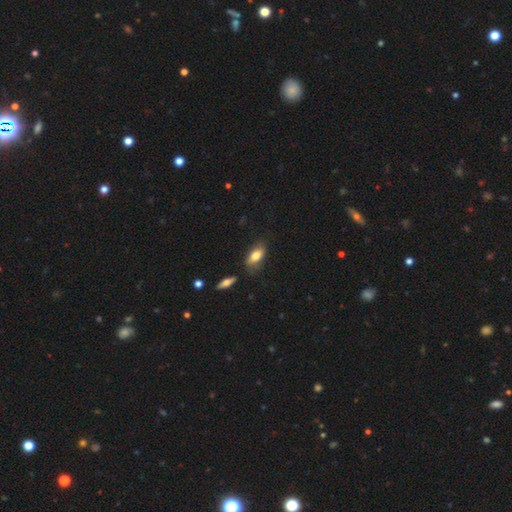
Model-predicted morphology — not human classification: This appears to be a smooth galaxy with no disk features (76%) that is in between round and cigar-shaped (84%). Merging: none (70%).